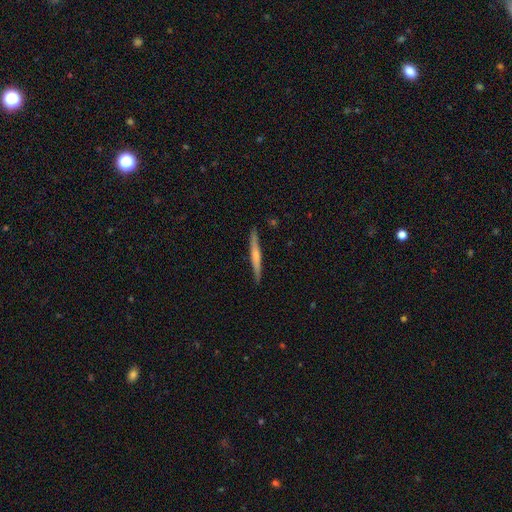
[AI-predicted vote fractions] Smooth or featured? Predicted: featured or disk (p=0.50). Merging? Predicted: none (p=0.89).